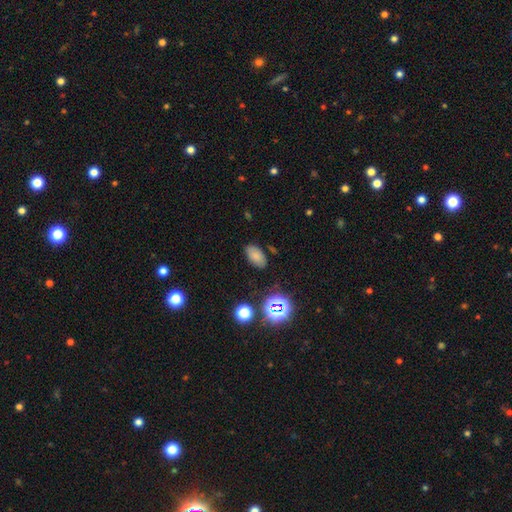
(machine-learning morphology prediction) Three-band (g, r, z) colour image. It shows a smooth galaxy with no disk features (74%) that is in between round and cigar-shaped (92%). Merging: none (82%).